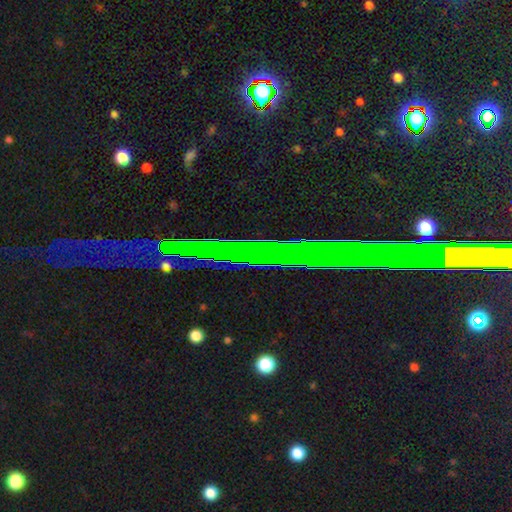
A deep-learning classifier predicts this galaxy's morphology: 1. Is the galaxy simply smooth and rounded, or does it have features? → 70% star or artifact, 21% featured or disk, 10% smooth.